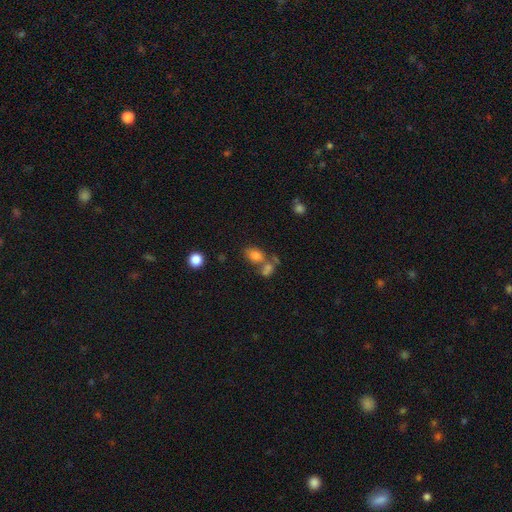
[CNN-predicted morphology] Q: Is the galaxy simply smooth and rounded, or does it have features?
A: smooth — 79%.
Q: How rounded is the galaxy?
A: in between — 71%.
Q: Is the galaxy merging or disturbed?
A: none — 45%.